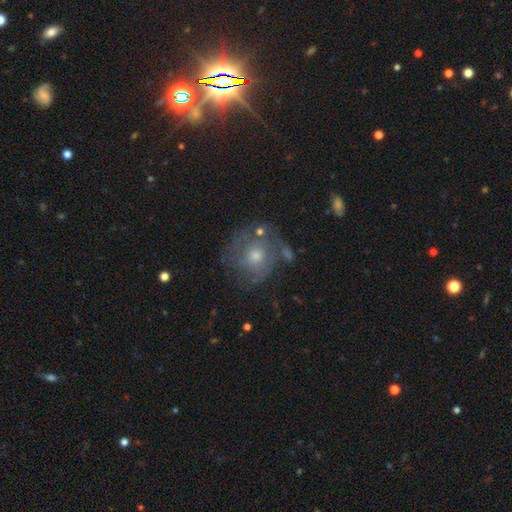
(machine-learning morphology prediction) Smooth or featured: featured or disk — 58% (smooth — 28%)
Edge-on disk: no — 97% (yes — 3%)
Bar: no — 83% (weak — 14%)
Spiral arms: yes — 73% (no — 27%)
Bulge size: moderate — 61% (small — 31%)
Merging: none — 67% (minor disturbance — 17%)